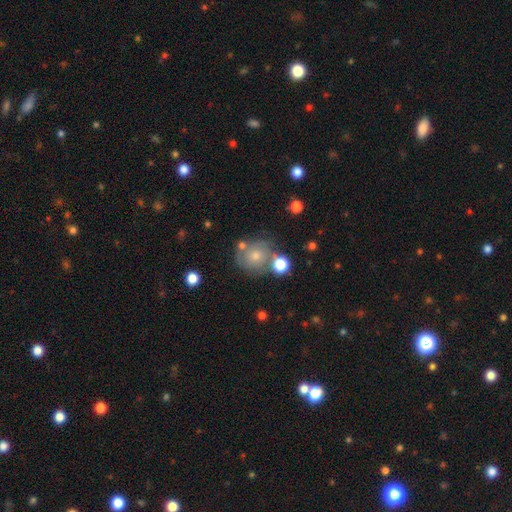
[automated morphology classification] smooth-or-featured: smooth: 45% (tied) | featured or disk: 45% (tied) | star or artifact: 10%
  merging: none: 55% | minor disturbance: 19% | merger: 16% | major disturbance: 9%